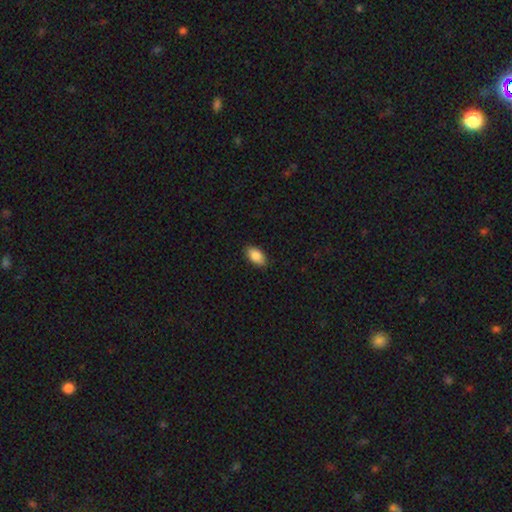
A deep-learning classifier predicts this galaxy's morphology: type=smooth (88%); roundness=in between (93%); merging=none (87%).